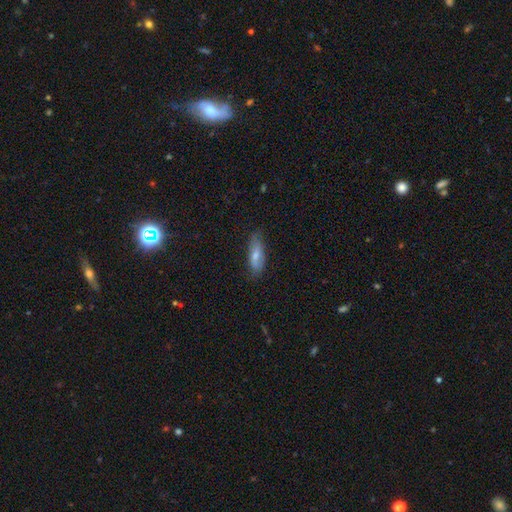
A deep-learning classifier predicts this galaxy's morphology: type=smooth (66%); roundness=in between (70%); merging=none (69%).